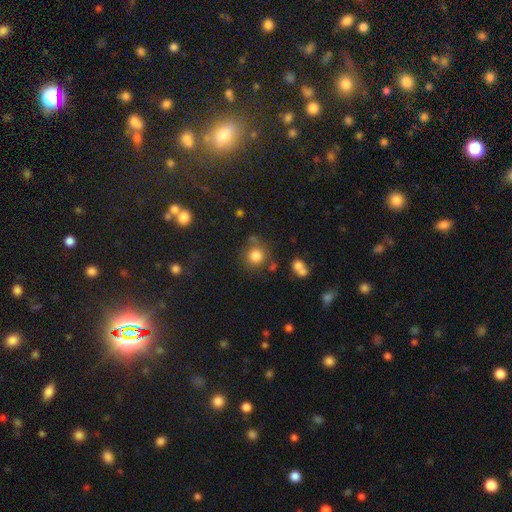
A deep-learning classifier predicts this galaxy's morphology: Smooth or featured?
  - smooth: 82% *
  - star or artifact: 12%
  - featured or disk: 7%
How rounded?
  - round: 91% *
  - in between: 8%
  - cigar-shaped: 1%
Merging?
  - none: 73% *
  - minor disturbance: 13%
  - merger: 9%
  - major disturbance: 5%